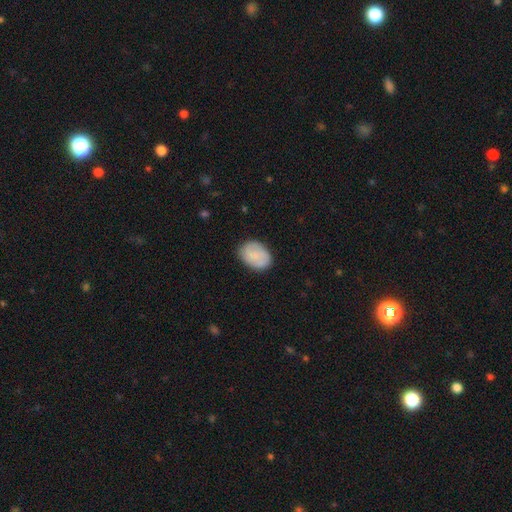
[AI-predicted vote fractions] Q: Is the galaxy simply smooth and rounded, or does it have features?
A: smooth — 79%.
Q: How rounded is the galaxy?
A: in between — 77%.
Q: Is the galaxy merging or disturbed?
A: none — 80%.